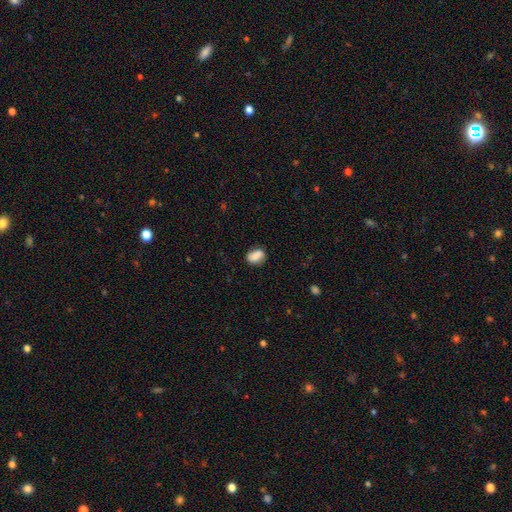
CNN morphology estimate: The model was most divided on "merging": none: 71%, minor disturbance: 21%, major disturbance: 5%, merger: 3%. More confident: smooth or featured — smooth (82%); how rounded — in between (74%).